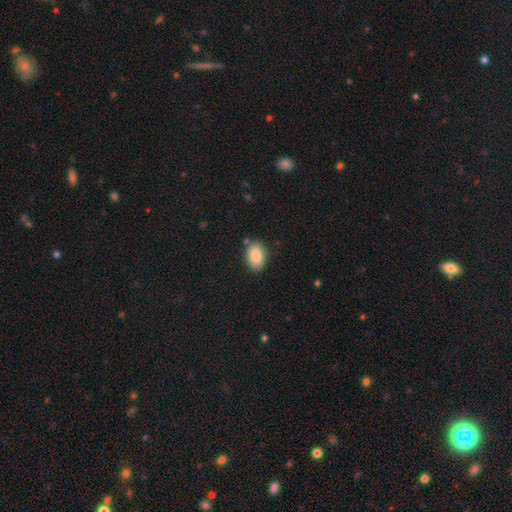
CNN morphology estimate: The model was most divided on "merging": none: 82%, minor disturbance: 12%, merger: 3%, major disturbance: 3%. More confident: how rounded — in between (89%); smooth or featured — smooth (87%).